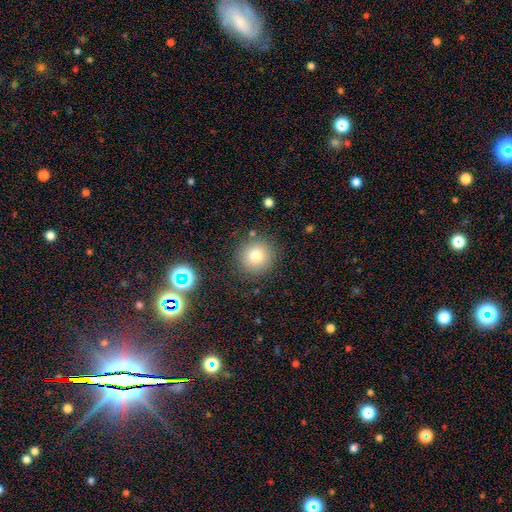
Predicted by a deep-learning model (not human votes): This appears to be a smooth galaxy with no disk features (77%) that is round (93%). Merging: none (85%).